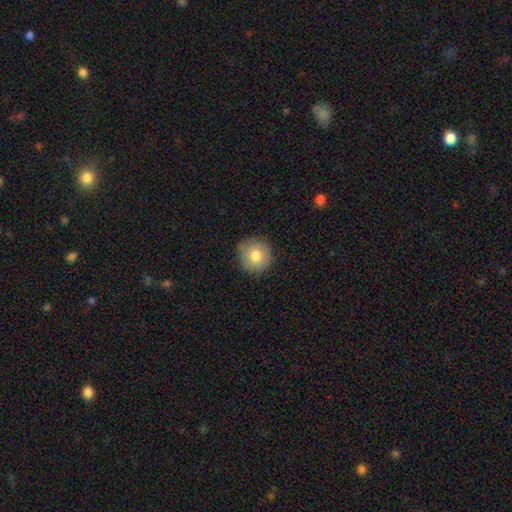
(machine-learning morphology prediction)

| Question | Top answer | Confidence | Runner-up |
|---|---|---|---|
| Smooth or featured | smooth | 80% | featured or disk (11%) |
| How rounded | round | 94% | in between (5%) |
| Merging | none | 84% | minor disturbance (12%) |